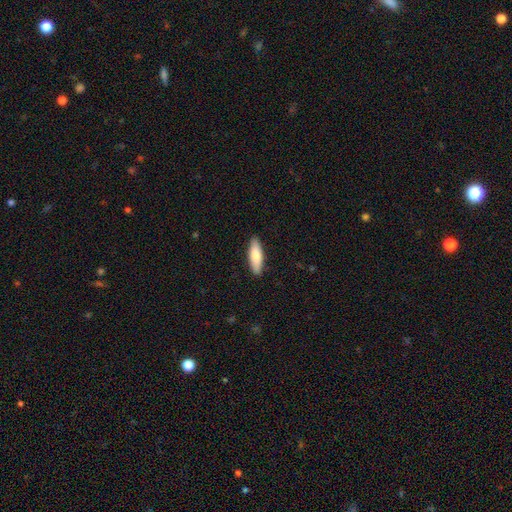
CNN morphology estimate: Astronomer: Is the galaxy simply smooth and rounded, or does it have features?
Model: smooth — 78%.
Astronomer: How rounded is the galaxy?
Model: cigar-shaped — 51% (runner-up: in between, 48%).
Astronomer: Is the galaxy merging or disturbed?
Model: none — 89%.